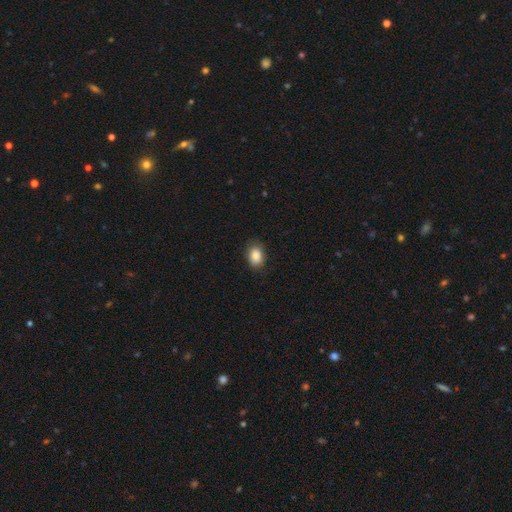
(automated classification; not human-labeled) The model was most divided on "how rounded": in between: 77%, round: 22%, cigar-shaped: 1%. More confident: smooth or featured — smooth (87%); merging — none (83%).